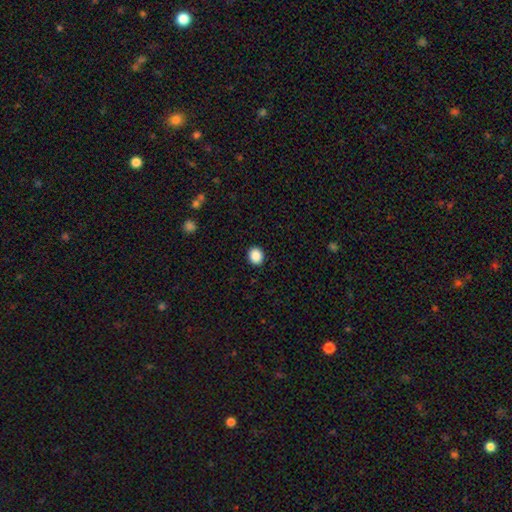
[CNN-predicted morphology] The model was most divided on "how rounded": round: 67%, in between: 32%, cigar-shaped: 1%. More confident: merging — none (92%); smooth or featured — smooth (89%).